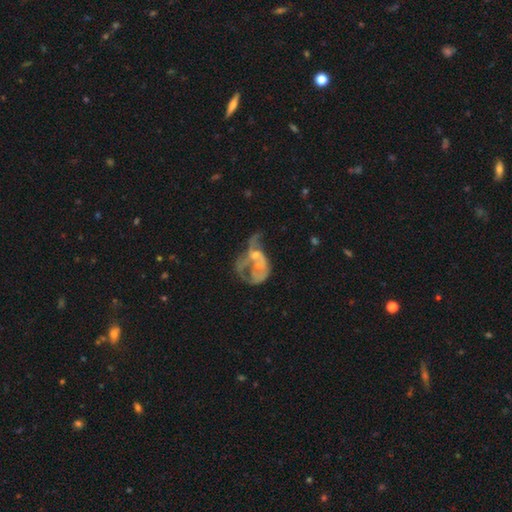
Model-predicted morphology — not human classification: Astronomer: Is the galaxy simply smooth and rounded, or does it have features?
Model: featured or disk — 56%.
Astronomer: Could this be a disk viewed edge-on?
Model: no — 96%.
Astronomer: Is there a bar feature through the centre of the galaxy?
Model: no — 75%.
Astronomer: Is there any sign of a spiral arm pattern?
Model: no — 53% (runner-up: yes, 47%).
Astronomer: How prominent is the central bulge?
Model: small — 40% (runner-up: none, 30%).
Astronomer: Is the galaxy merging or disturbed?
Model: major disturbance — 33% (runner-up: none, 31%).